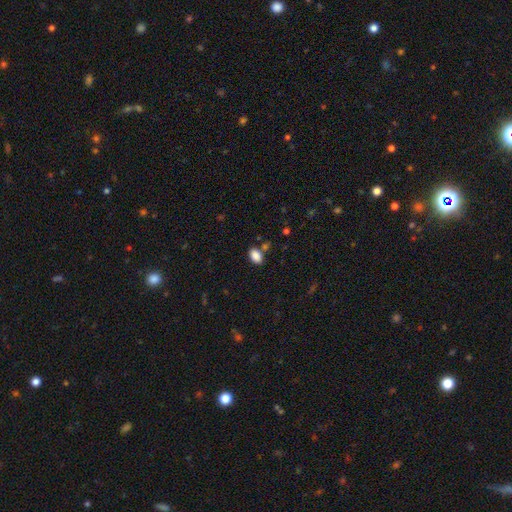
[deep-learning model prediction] This is clearly a smooth galaxy (88%). How rounded: clearly in between (89%). Merging: likely none (78%).